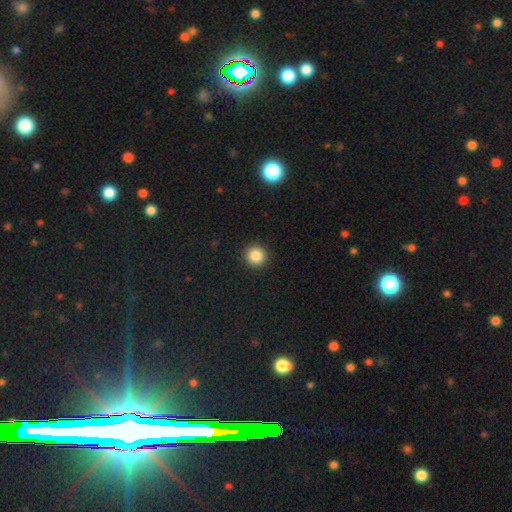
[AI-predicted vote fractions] Smooth or featured? smooth (85%)
How rounded? round (95%)
Merging? none (92%)